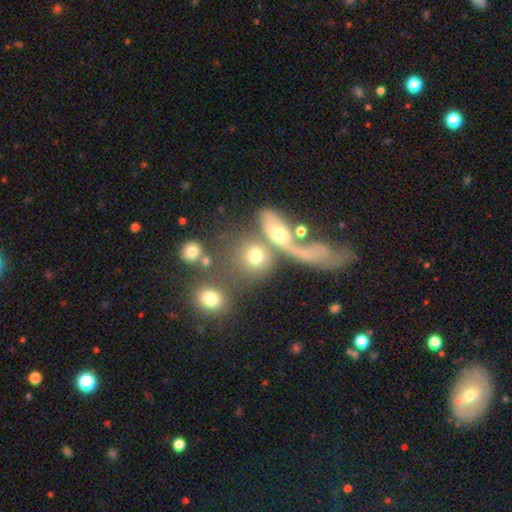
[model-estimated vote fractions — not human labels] This is likely a smooth galaxy (64%). How rounded: likely round (62%). Merging: possibly merger (46%).